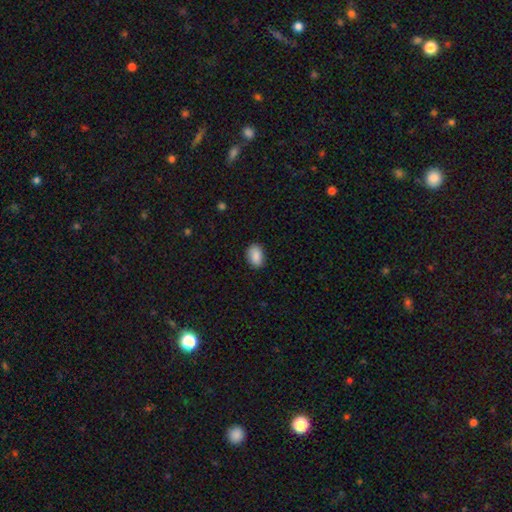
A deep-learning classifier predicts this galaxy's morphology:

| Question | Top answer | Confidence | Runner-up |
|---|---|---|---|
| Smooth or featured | smooth | 88% | star or artifact (7%) |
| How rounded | in between | 84% | round (15%) |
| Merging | none | 87% | minor disturbance (10%) |